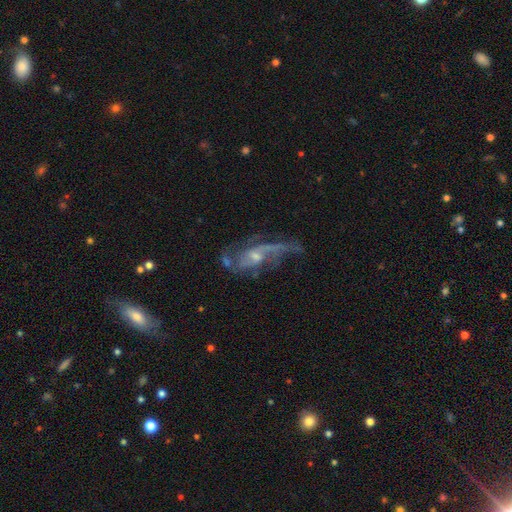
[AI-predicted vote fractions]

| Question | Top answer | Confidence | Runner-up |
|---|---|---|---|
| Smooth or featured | featured or disk | 81% | smooth (10%) |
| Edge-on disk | no | 91% | yes (9%) |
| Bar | no | 56% | weak (36%) |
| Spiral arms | yes | 86% | no (14%) |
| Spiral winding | loose | 58% | medium (31%) |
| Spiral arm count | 2 | 57% | can't tell (16%) |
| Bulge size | small | 56% | moderate (34%) |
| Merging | none | 43% | major disturbance (31%) |